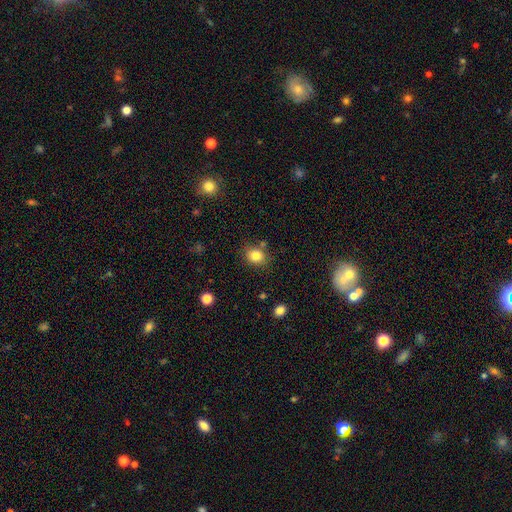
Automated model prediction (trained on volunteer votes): Smooth or featured? smooth (83%)
How rounded? round (64%)
Merging? none (77%)